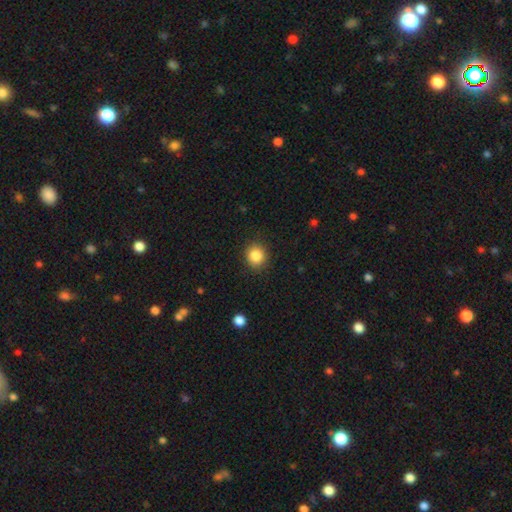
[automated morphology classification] Smooth or featured: smooth — 86% (star or artifact — 10%)
How rounded: round — 85% (in between — 14%)
Merging: none — 89% (minor disturbance — 8%)